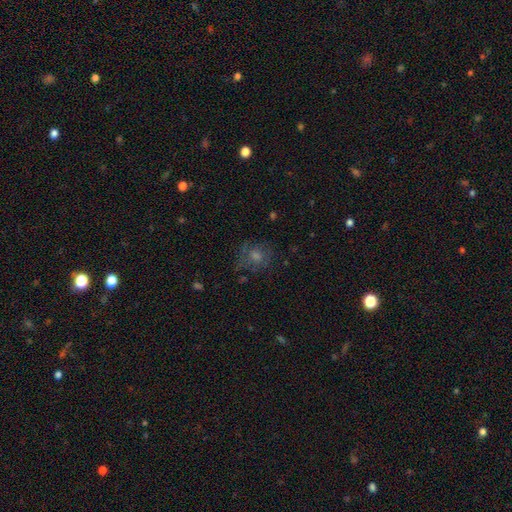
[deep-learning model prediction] smooth_or_featured: smooth (p=0.41) [alt: featured or disk p=0.31]
merging: none (p=0.71) [alt: minor disturbance p=0.16]